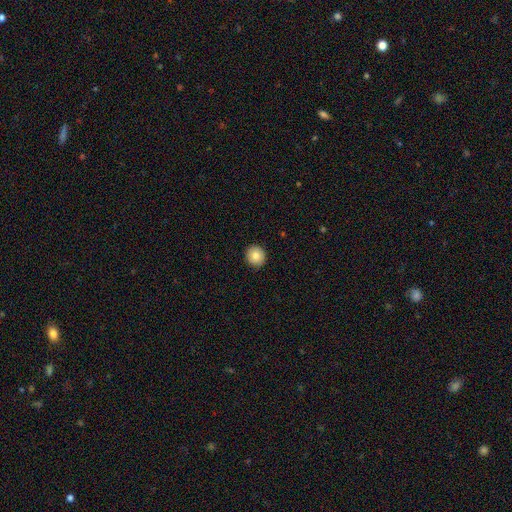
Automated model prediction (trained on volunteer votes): smooth 82%, featured or disk 9%, star or artifact 8%. Down the decision tree: how rounded — round (92%); merging — none (92%).